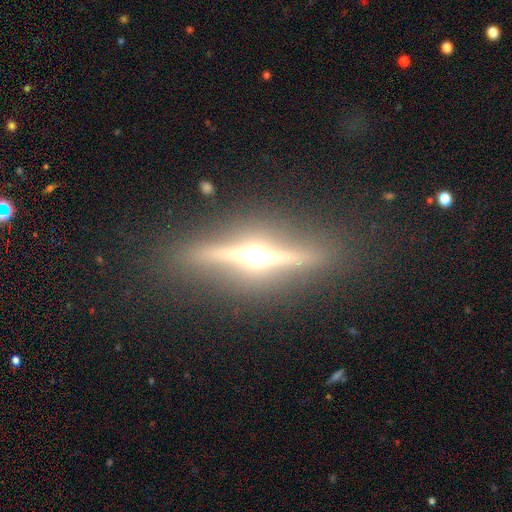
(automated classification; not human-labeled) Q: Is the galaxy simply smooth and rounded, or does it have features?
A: featured or disk — 84%.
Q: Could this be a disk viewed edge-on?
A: yes — 96%.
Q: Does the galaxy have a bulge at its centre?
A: rounded — 95%.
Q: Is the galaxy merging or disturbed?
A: none — 88%.